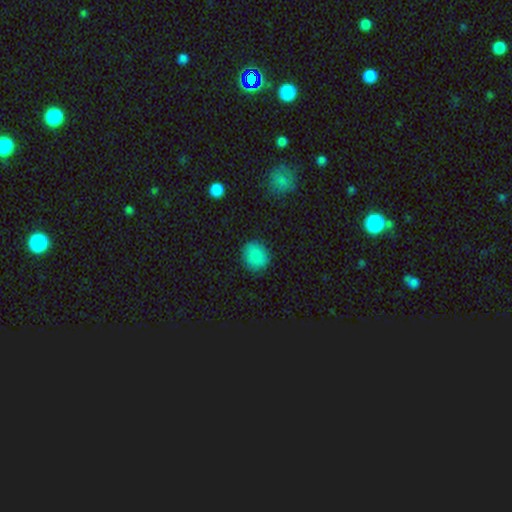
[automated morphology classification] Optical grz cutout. It shows a smooth galaxy with no disk features (87%) that is round (81%). Merging: none (86%).